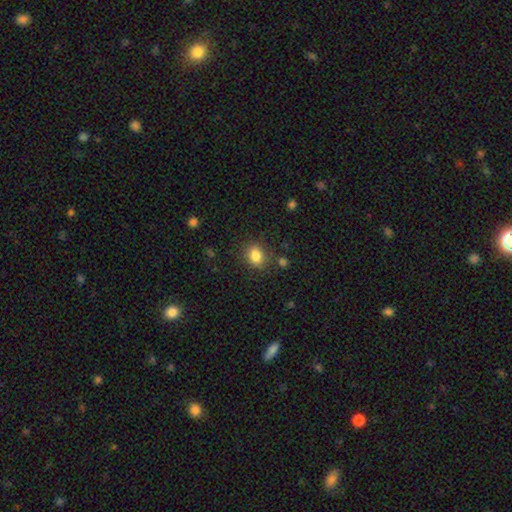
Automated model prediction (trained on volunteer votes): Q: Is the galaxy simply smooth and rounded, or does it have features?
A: smooth — 84%.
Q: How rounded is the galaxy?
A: in between — 56%.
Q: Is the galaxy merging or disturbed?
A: none — 82%.